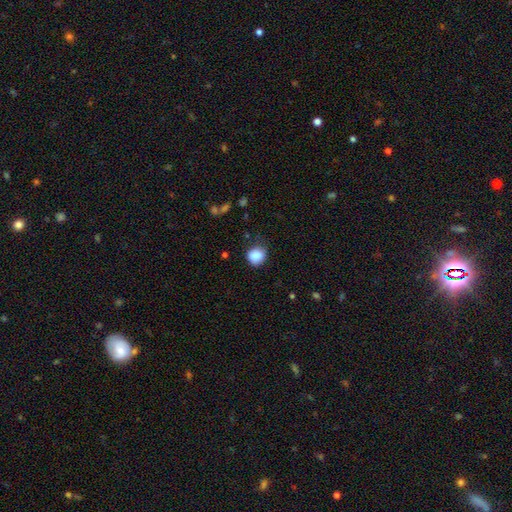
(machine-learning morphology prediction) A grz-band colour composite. It shows a smooth galaxy with no disk features (88%) that is round (76%). Merging: none (70%).